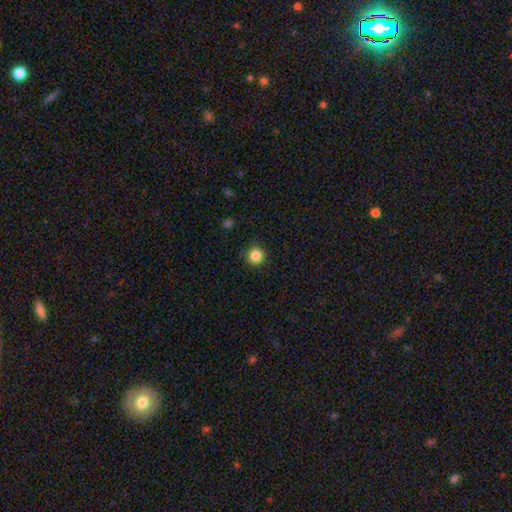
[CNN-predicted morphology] The model was most divided on "smooth or featured": smooth: 85%, star or artifact: 11%, featured or disk: 4%. More confident: how rounded — round (96%); merging — none (90%).